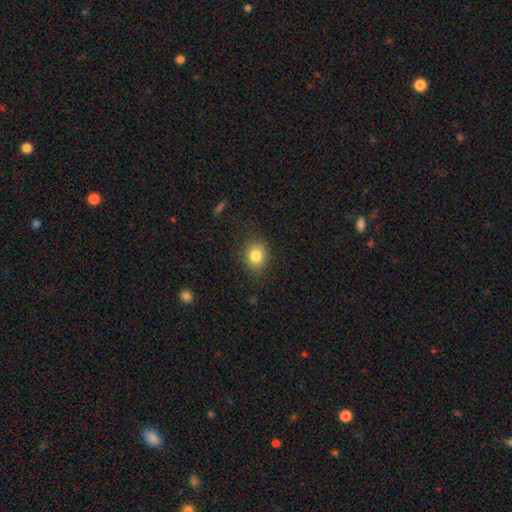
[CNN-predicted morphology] Q: Smooth or featured?
A: smooth (83%); runner-up: star or artifact (10%)
Q: How rounded?
A: round (59%); runner-up: in between (40%)
Q: Merging?
A: none (82%); runner-up: minor disturbance (13%)